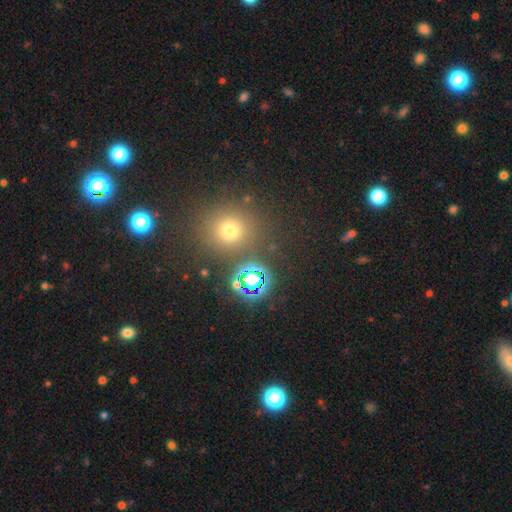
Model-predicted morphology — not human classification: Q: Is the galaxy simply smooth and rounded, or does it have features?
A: smooth — 49%.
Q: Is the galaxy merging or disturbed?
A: none — 84%.